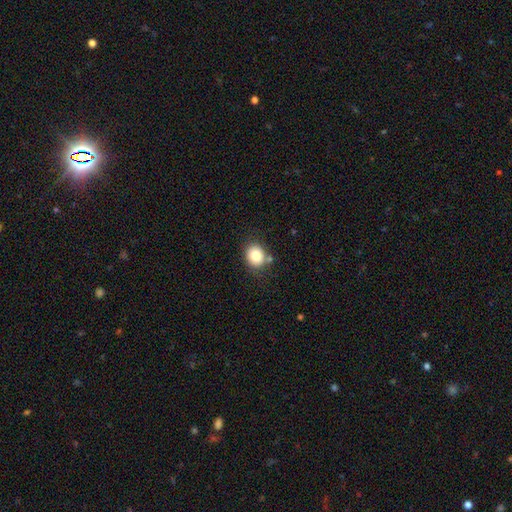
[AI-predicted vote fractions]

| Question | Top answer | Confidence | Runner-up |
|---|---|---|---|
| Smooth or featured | smooth | 80% | star or artifact (10%) |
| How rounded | round | 69% | in between (31%) |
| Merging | none | 76% | minor disturbance (13%) |